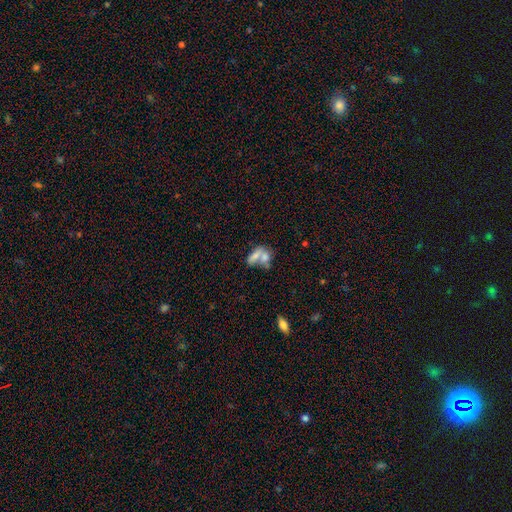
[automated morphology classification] type=smooth (67%); roundness=in between (75%); merging=merger (64%).